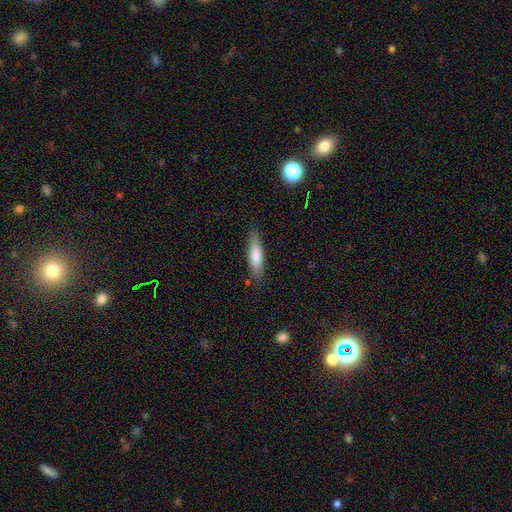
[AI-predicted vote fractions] A smooth galaxy with no disk features (74%) that is cigar-shaped (69%). Merging: none (81%).